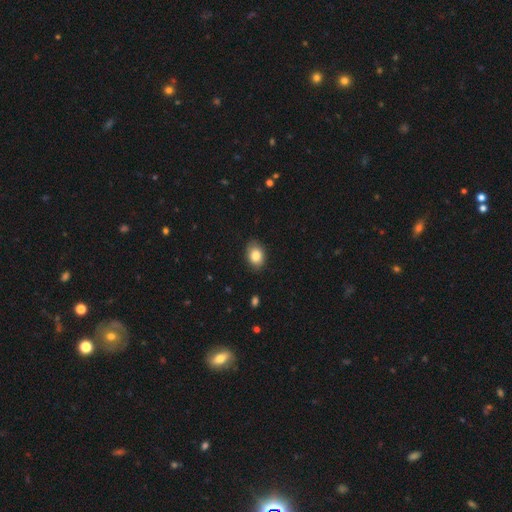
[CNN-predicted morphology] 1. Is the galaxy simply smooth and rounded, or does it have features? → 85% smooth, 8% star or artifact, 7% featured or disk.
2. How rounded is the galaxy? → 74% in between, 25% round, 1% cigar-shaped.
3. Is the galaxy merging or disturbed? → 84% none, 12% minor disturbance, 2% major disturbance, 1% merger.